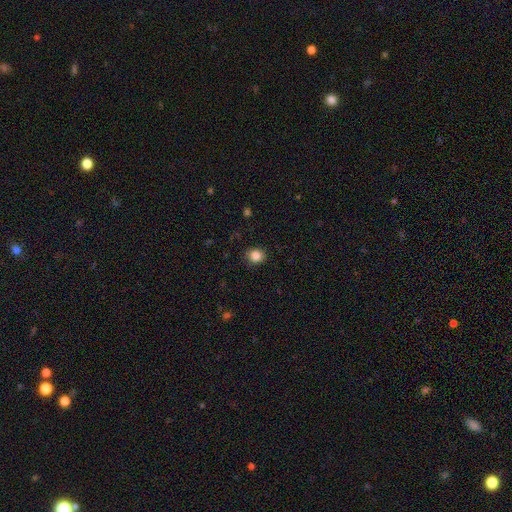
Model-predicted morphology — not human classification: Q: Smooth or featured?
A: smooth (86%); runner-up: star or artifact (10%)
Q: How rounded?
A: round (69%); runner-up: in between (30%)
Q: Merging?
A: none (87%); runner-up: minor disturbance (9%)